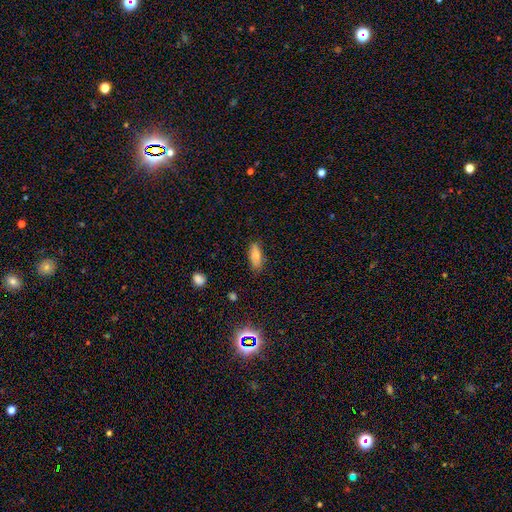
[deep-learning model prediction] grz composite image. It shows a smooth galaxy with no disk features (81%) that is in between round and cigar-shaped (72%). Merging: none (80%).